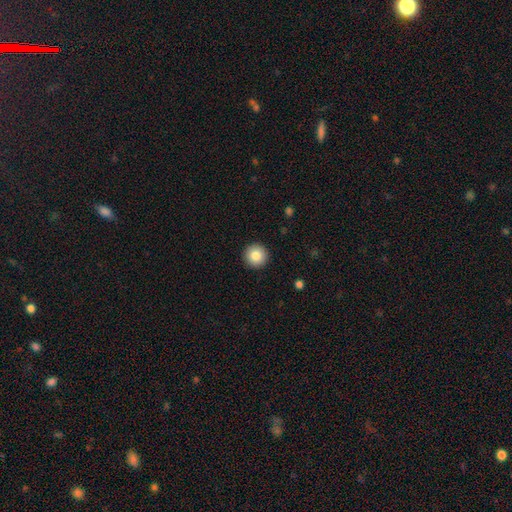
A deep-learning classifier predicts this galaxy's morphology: smooth 85%, star or artifact 9%, featured or disk 6%. Down the decision tree: how rounded — round (96%); merging — none (93%).